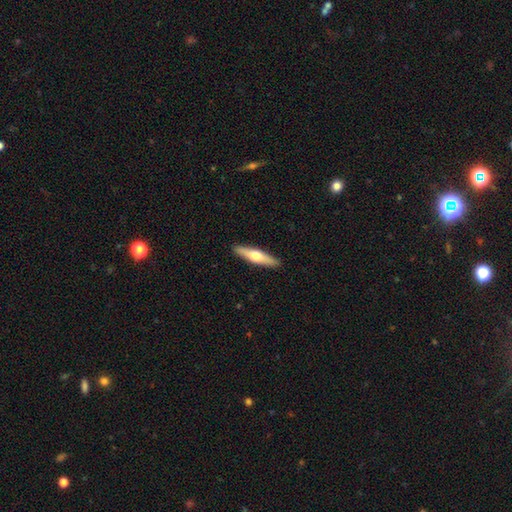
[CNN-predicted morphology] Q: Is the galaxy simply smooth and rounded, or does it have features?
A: featured or disk — 49%.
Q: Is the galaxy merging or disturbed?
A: none — 91%.